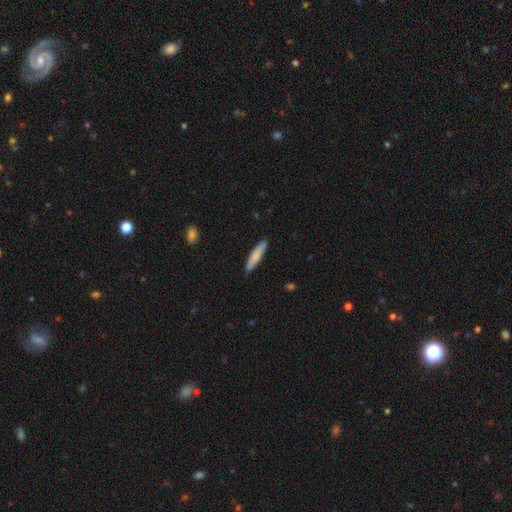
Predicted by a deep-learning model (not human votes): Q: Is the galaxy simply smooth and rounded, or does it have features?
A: smooth — 78%.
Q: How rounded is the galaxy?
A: cigar-shaped — 83%.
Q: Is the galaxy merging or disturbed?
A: none — 86%.